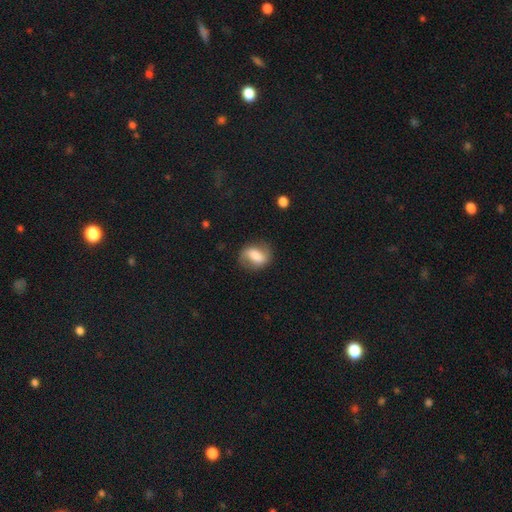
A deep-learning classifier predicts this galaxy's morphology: A smooth galaxy with no disk features (57%) that is in between round and cigar-shaped (69%).

Vote fractions:
- Smooth or featured? smooth: 57% / featured or disk: 35% / star or artifact: 8%
- How rounded? in between: 69% / round: 27% / cigar-shaped: 4%
- Merging? none: 72% / minor disturbance: 19% / major disturbance: 7% / merger: 2%